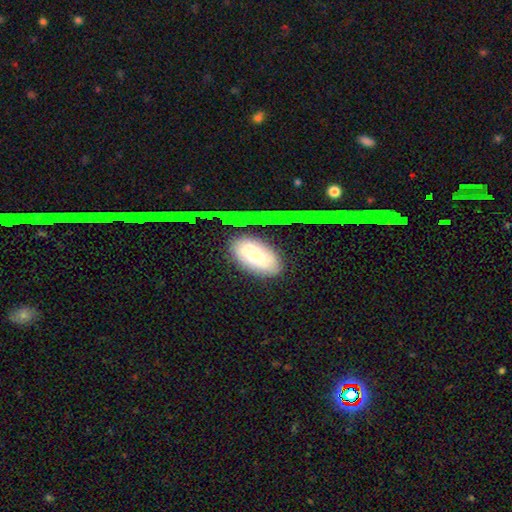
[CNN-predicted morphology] This is possibly a smooth galaxy (57%). How rounded: clearly in between (90%). Merging: marginally none (45%).